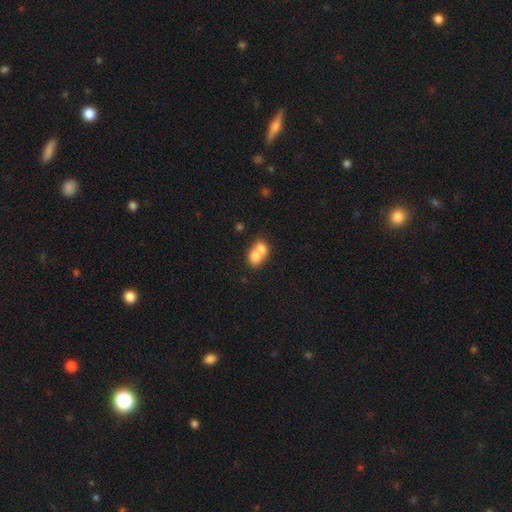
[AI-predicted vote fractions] A smooth galaxy with no disk features (73%) that is in between round and cigar-shaped (53%). Merging: merger (73%).